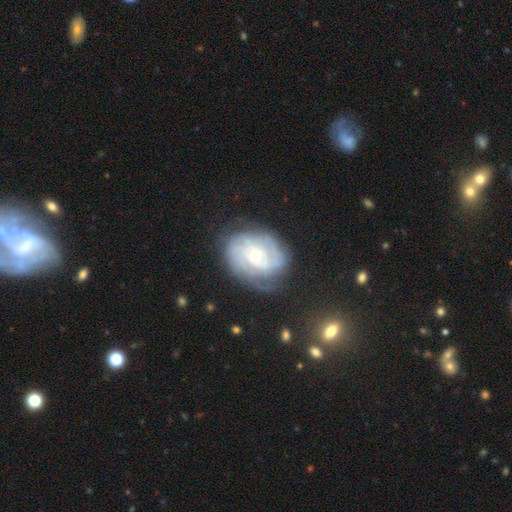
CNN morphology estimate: smooth_or_featured: featured or disk (p=0.82) [alt: smooth p=0.12]
disk_edge_on: no (p=0.97) [alt: yes p=0.03]
bar: no (p=0.66) [alt: weak p=0.28]
has_spiral_arms: yes (p=0.94) [alt: no p=0.06]
spiral_winding: tight (p=0.67) [alt: medium p=0.26]
spiral_arm_count: can't tell (p=0.35) [alt: 2 p=0.28]
bulge_size: small (p=0.71) [alt: moderate p=0.24]
merging: none (p=0.69) [alt: minor disturbance p=0.20]